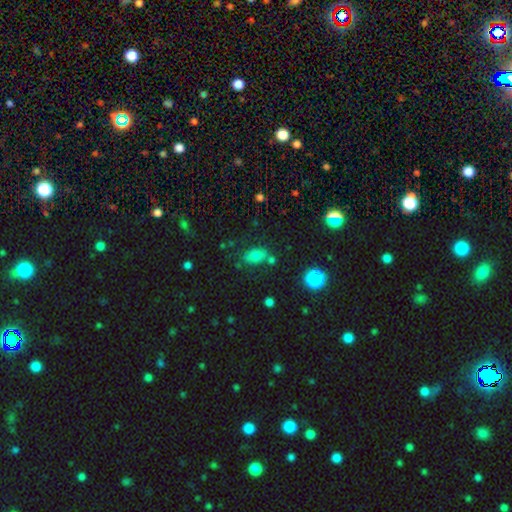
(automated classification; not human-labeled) smooth_or_featured: smooth (p=0.73) [alt: star or artifact p=0.15]
how_rounded: in between (p=0.82) [alt: round p=0.14]
merging: none (p=0.67) [alt: minor disturbance p=0.15]